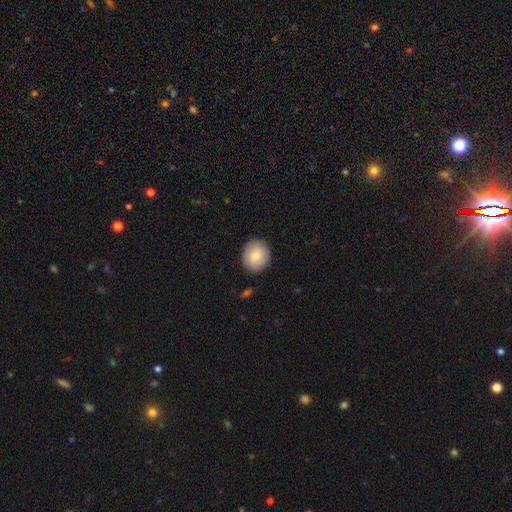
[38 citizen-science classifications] A smooth galaxy with no disk features (79%) that is round (63%). Merging: none (86%).